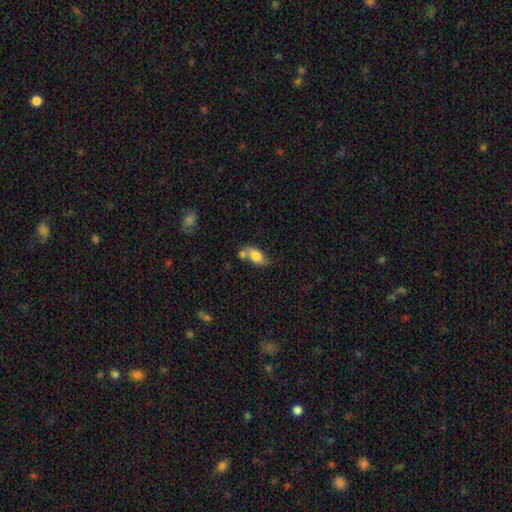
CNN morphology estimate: A smooth galaxy with no disk features (76%) that is in between round and cigar-shaped (85%). Merging: none (47%).